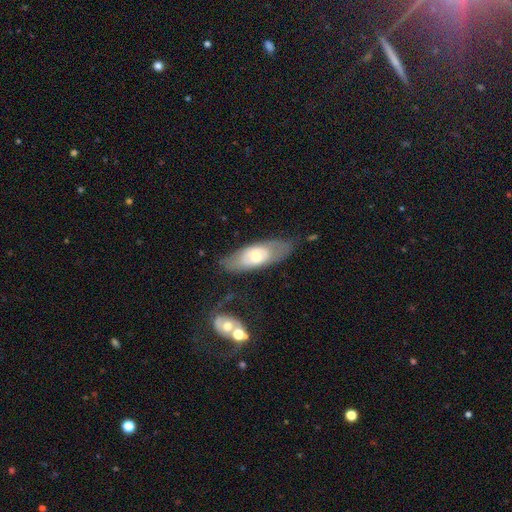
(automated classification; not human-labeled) Overall: featured or disk (52%; smooth 42%). Edge-on disk: no (78%). Merging: none (68%).